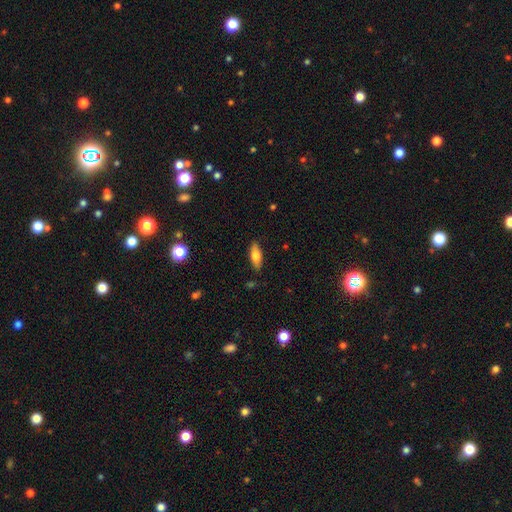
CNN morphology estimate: Q: Smooth or featured?
A: smooth (70%); runner-up: featured or disk (23%)
Q: How rounded?
A: in between (68%); runner-up: cigar-shaped (29%)
Q: Merging?
A: none (86%); runner-up: minor disturbance (11%)